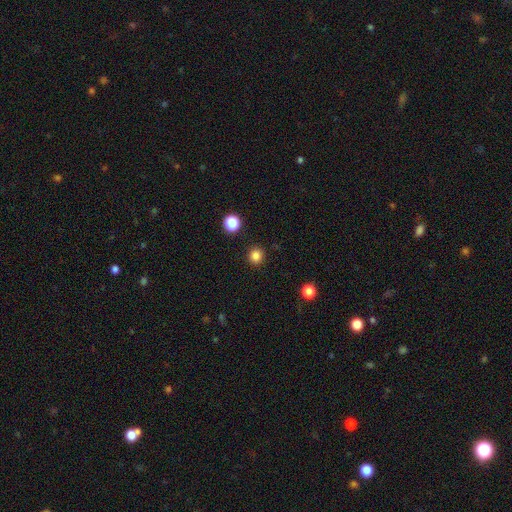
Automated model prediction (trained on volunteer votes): Smooth or featured: smooth — 84% (star or artifact — 13%)
How rounded: round — 90% (in between — 10%)
Merging: none — 91% (minor disturbance — 5%)